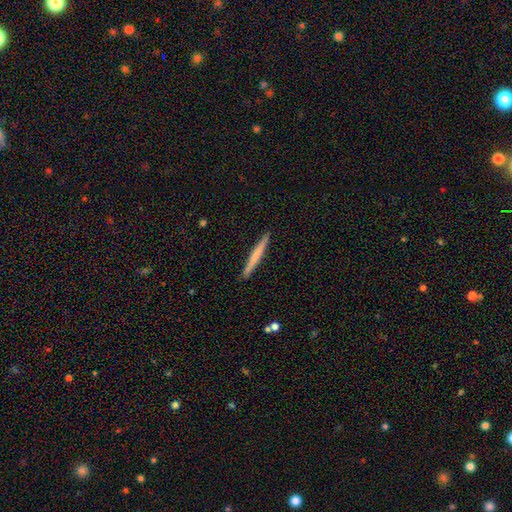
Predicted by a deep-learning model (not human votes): Overall: smooth (60%; featured or disk 35%). How rounded: cigar-shaped (97%). Merging: none (91%).